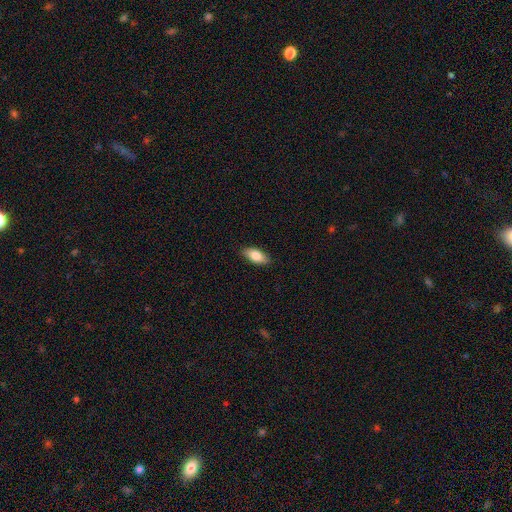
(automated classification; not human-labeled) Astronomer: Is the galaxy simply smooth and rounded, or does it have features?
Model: smooth — 83%.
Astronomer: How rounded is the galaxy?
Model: in between — 86%.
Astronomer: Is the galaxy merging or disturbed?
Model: none — 87%.